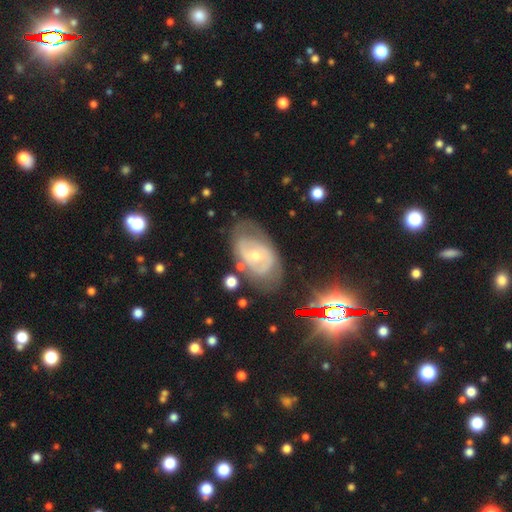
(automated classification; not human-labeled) Morphology: type=featured or disk (70%); edge-on=no (94%); bar=no (59%); spiral arms=yes (62%); bulge=small (52%); merging=none (63%).